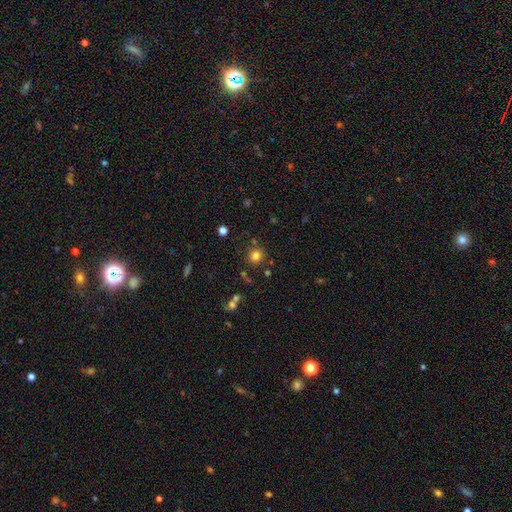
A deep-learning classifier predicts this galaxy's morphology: Q: Smooth or featured?
A: smooth (79%); runner-up: star or artifact (15%)
Q: How rounded?
A: round (91%); runner-up: in between (8%)
Q: Merging?
A: none (83%); runner-up: minor disturbance (8%)